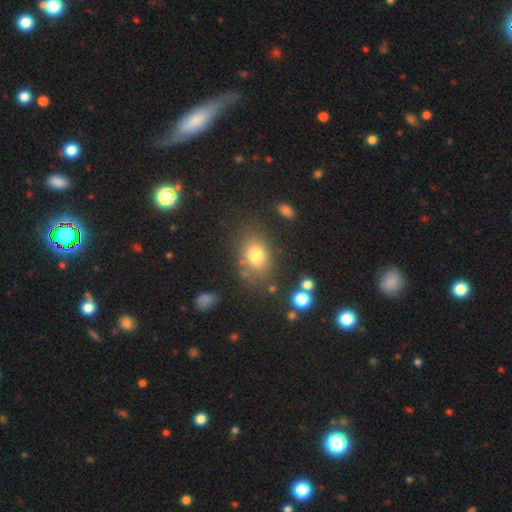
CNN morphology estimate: This appears to be a smooth galaxy with no disk features (76%) that is in between round and cigar-shaped (67%). Merging: none (75%).